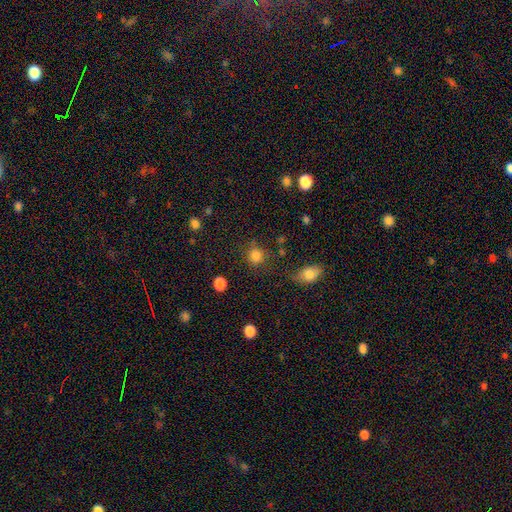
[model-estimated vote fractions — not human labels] Overall: smooth (83%). How rounded: round (85%). Merging: none (79%).